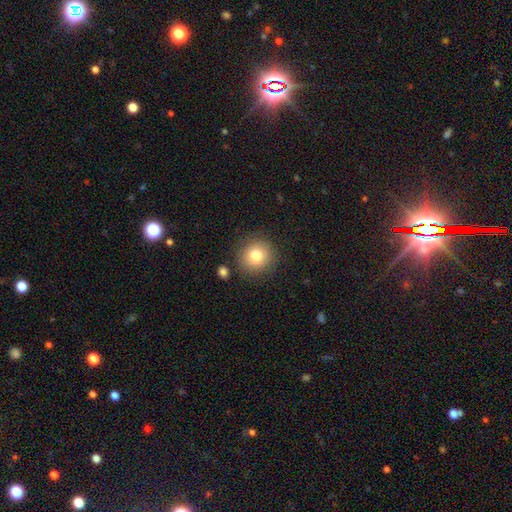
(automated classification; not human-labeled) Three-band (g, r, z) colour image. It shows a smooth galaxy with no disk features (79%) that is round (92%). Merging: none (86%).